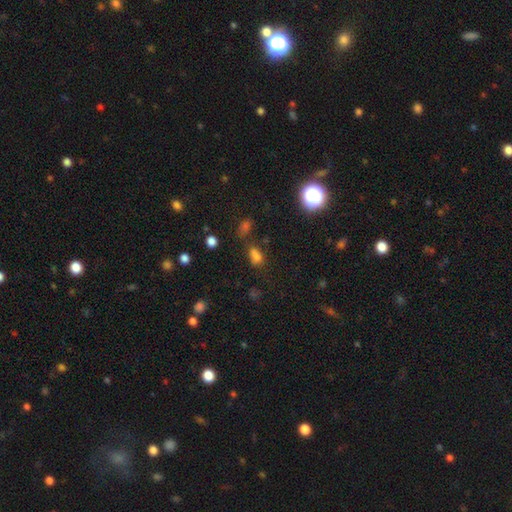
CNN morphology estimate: Smooth or featured: smooth — 64% (star or artifact — 28%)
How rounded: in between — 76% (round — 19%)
Merging: none — 56% (minor disturbance — 18%)